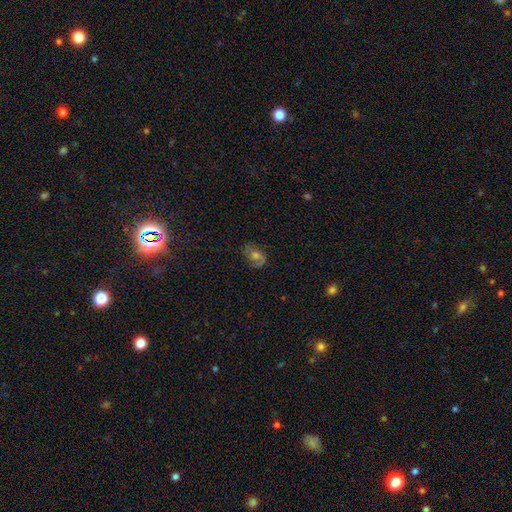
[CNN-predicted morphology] This is possibly a featured or disk galaxy (49%). Merging: likely none (71%).